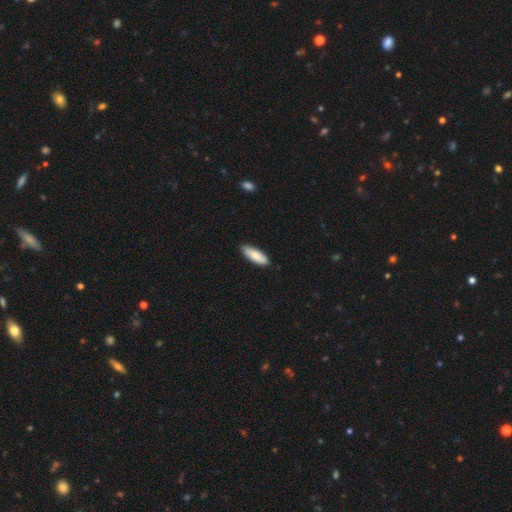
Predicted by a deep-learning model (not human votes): Q: Smooth or featured?
A: smooth (84%); runner-up: featured or disk (11%)
Q: How rounded?
A: in between (60%); runner-up: cigar-shaped (38%)
Q: Merging?
A: none (87%); runner-up: minor disturbance (11%)